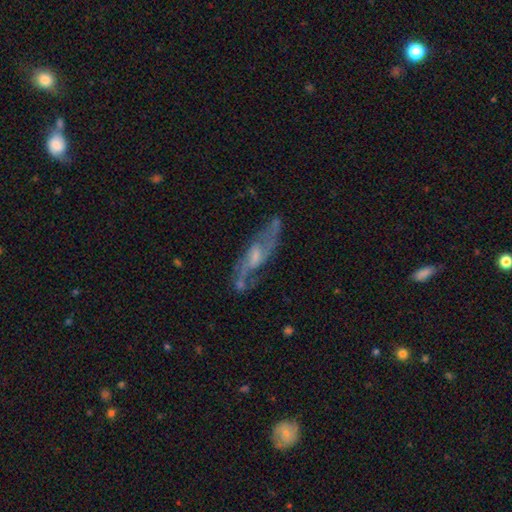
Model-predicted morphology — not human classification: Q: Smooth or featured?
A: featured or disk (80%); runner-up: smooth (13%)
Q: Edge-on disk?
A: no (83%); runner-up: yes (17%)
Q: Bar?
A: weak (47%); runner-up: no (39%)
Q: Spiral arms?
A: yes (89%); runner-up: no (11%)
Q: Spiral winding?
A: loose (44%); runner-up: medium (42%)
Q: Spiral arm count?
A: 2 (81%); runner-up: can't tell (10%)
Q: Bulge size?
A: small (51%); runner-up: moderate (33%)
Q: Merging?
A: none (64%); runner-up: minor disturbance (20%)